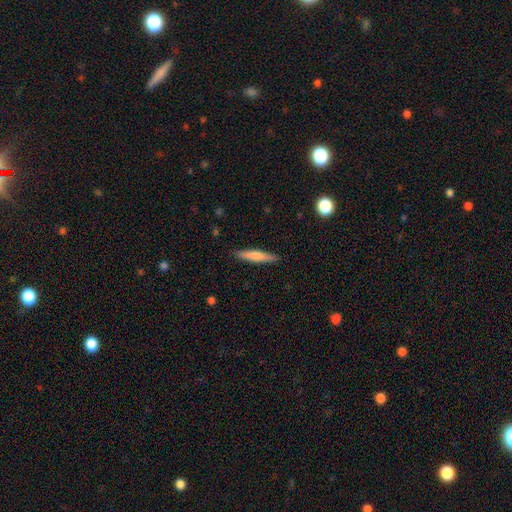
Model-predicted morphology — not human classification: Smooth or featured? Predicted: smooth (p=0.67). How rounded? Predicted: cigar-shaped (p=0.91). Merging? Predicted: none (p=0.90).